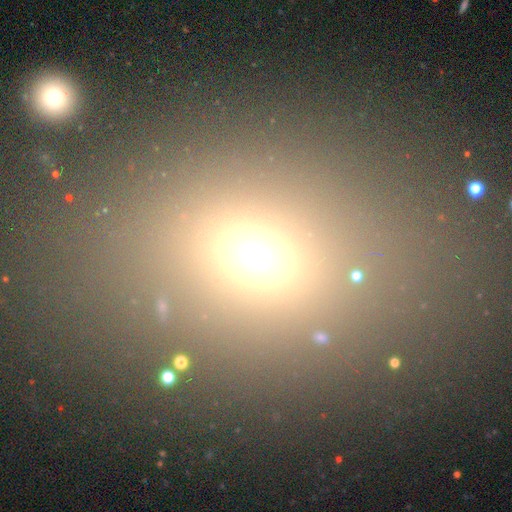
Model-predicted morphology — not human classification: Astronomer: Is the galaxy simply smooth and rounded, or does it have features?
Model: smooth — 65%.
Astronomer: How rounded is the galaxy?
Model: in between — 56% (runner-up: round, 41%).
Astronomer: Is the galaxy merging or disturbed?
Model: none — 77%.